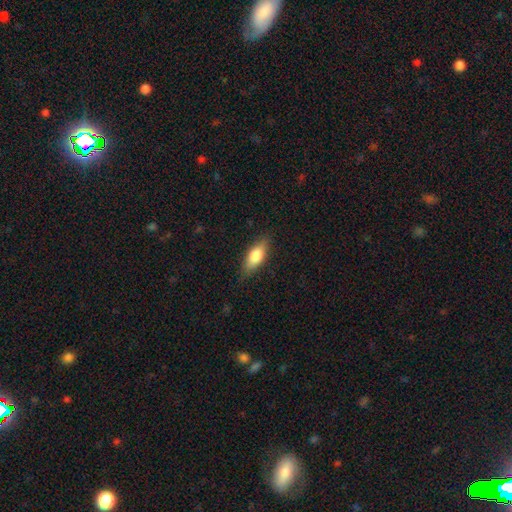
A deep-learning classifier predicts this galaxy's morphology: Smooth or featured? Predicted: smooth (p=0.76). How rounded? Predicted: in between (p=0.74). Merging? Predicted: none (p=0.83).